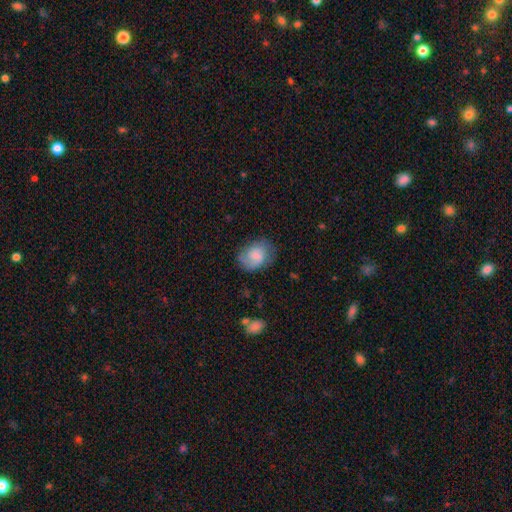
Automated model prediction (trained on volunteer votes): This appears to be a smooth galaxy with no disk features (68%) that is in between round and cigar-shaped (64%). Merging: none (64%).